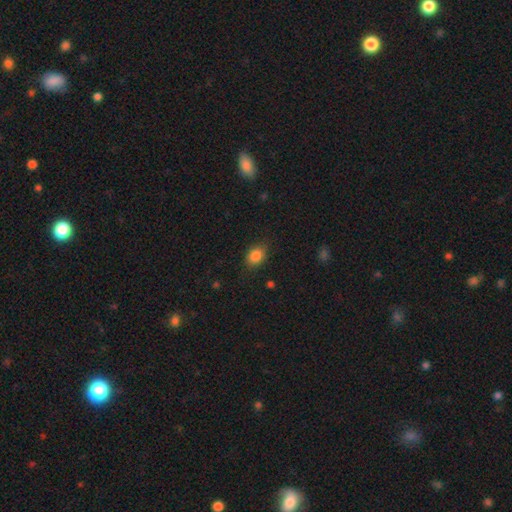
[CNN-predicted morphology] Q: Smooth or featured?
A: smooth (84%); runner-up: star or artifact (10%)
Q: How rounded?
A: in between (67%); runner-up: round (32%)
Q: Merging?
A: none (81%); runner-up: minor disturbance (14%)